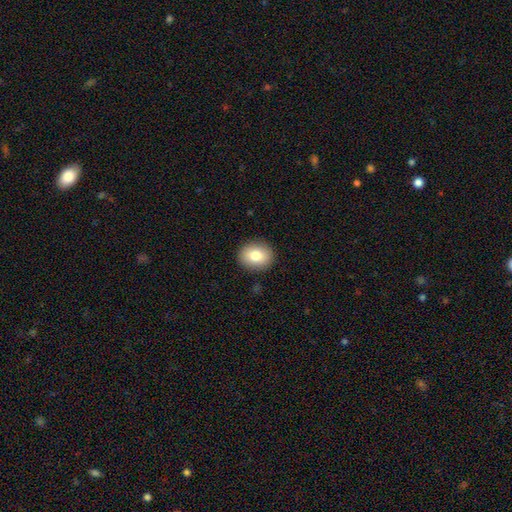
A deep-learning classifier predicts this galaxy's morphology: Smooth or featured?
  - smooth: 80% *
  - featured or disk: 11%
  - star or artifact: 8%
How rounded?
  - round: 56% *
  - in between: 43%
  - cigar-shaped: 1%
Merging?
  - none: 90% *
  - minor disturbance: 7%
  - major disturbance: 2%
  - merger: 1%